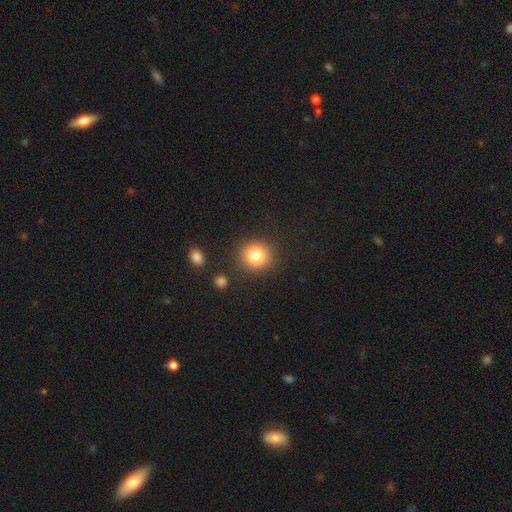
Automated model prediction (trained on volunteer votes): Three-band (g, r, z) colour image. It shows a smooth galaxy with no disk features (82%) that is round (86%). Merging: none (87%).